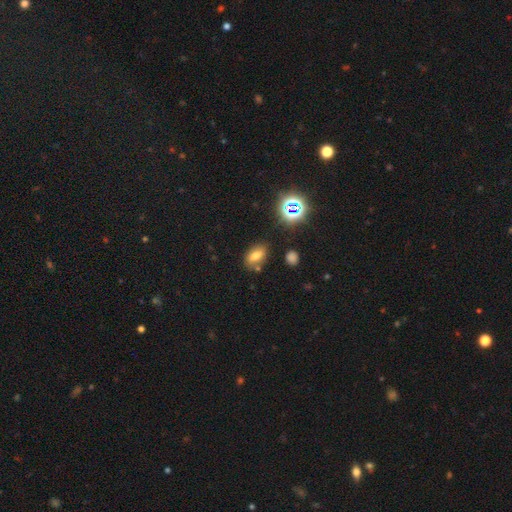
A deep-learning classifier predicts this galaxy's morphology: This appears to be a smooth galaxy with no disk features (65%) that is in between round and cigar-shaped (82%). Merging: none (72%).